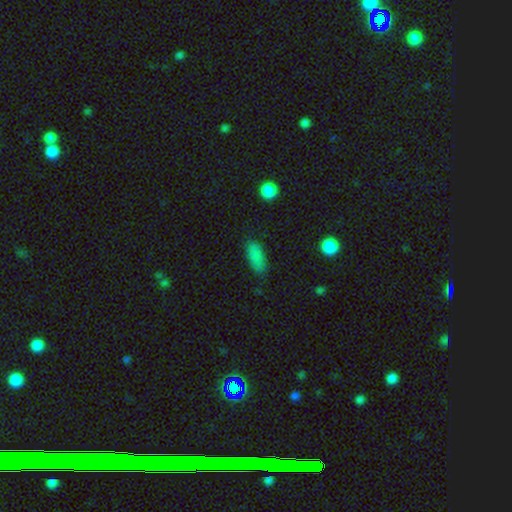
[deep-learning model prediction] smooth-or-featured: smooth: 85% | star or artifact: 10% | featured or disk: 6%
  how-rounded: in between: 78% | cigar-shaped: 19% | round: 3%
  merging: none: 80% | minor disturbance: 15% | major disturbance: 4% | merger: 2%